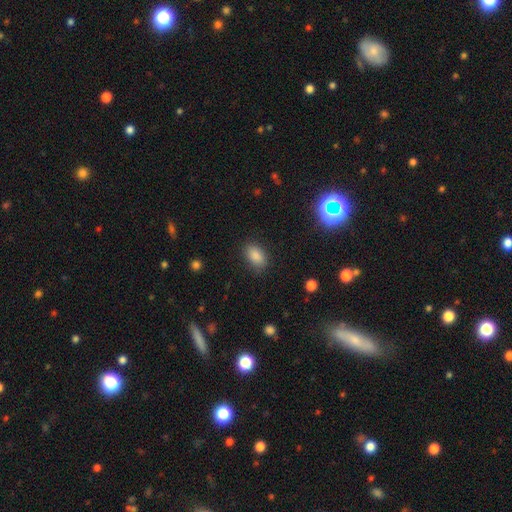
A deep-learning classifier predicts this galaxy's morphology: smooth 86%, star or artifact 9%, featured or disk 4%. Down the decision tree: how rounded — in between (88%); merging — none (85%).